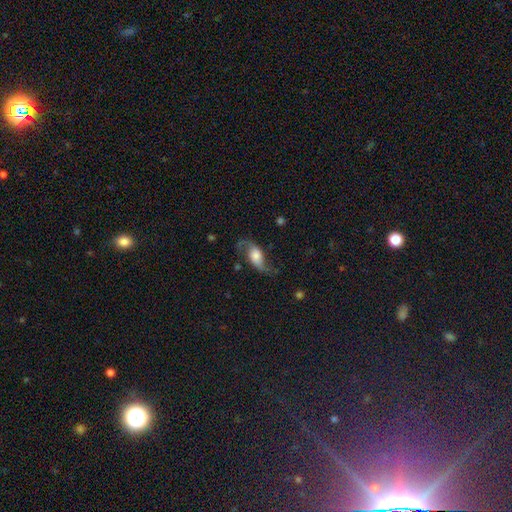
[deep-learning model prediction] smooth_or_featured: featured or disk (p=0.74) [alt: smooth p=0.18]
disk_edge_on: no (p=0.93) [alt: yes p=0.07]
bar: no (p=0.60) [alt: weak p=0.29]
has_spiral_arms: yes (p=0.93) [alt: no p=0.07]
spiral_winding: loose (p=0.82) [alt: medium p=0.15]
spiral_arm_count: 2 (p=0.92) [alt: 1 p=0.03]
bulge_size: moderate (p=0.38) [alt: large p=0.31]
merging: none (p=0.67) [alt: minor disturbance p=0.18]